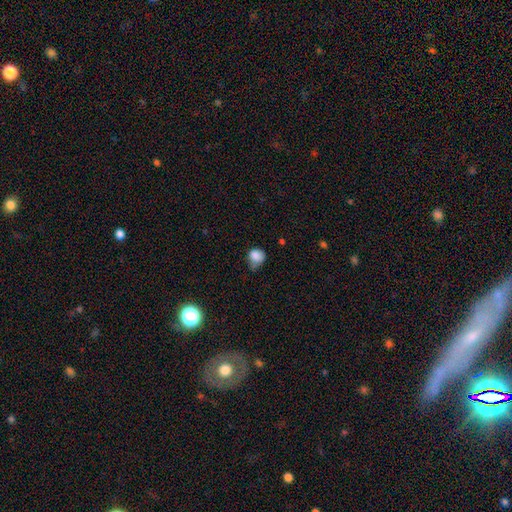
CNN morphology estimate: Smooth or featured? Predicted: smooth (p=0.84). How rounded? Predicted: round (p=0.77). Merging? Predicted: none (p=0.41, tied with minor disturbance).